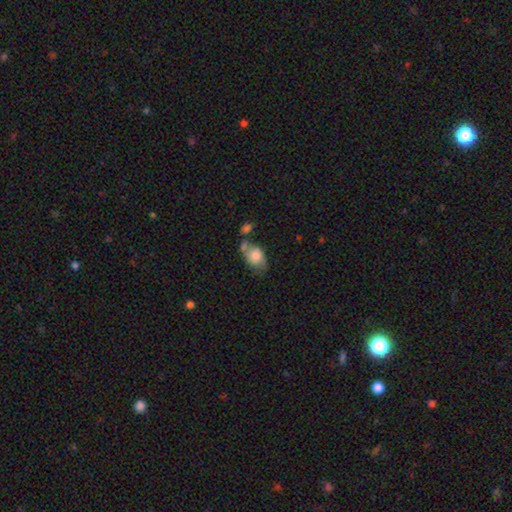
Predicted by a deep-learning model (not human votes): smooth 59%, featured or disk 33%, star or artifact 8%. Down the decision tree: how rounded — in between (74%); merging — none (35%).